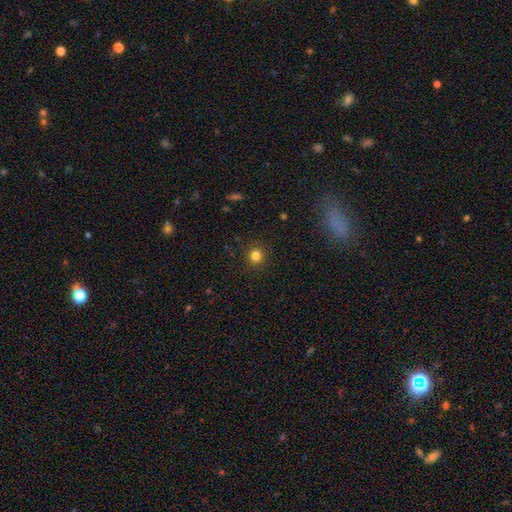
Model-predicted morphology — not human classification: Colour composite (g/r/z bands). It shows a smooth galaxy with no disk features (82%) that is round (92%). Merging: none (91%).